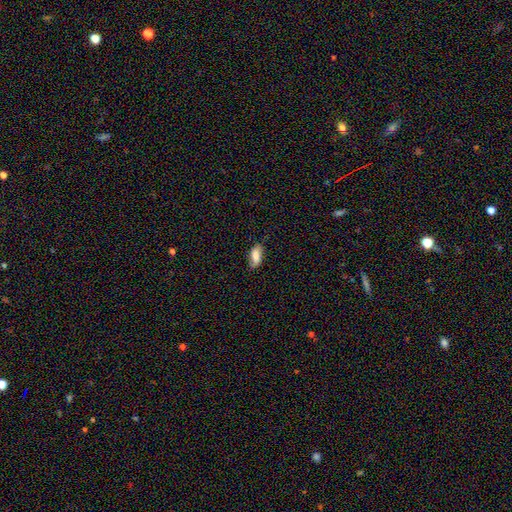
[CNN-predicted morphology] This appears to be a smooth galaxy with no disk features (75%) that is in between round and cigar-shaped (86%). Merging: none (68%).